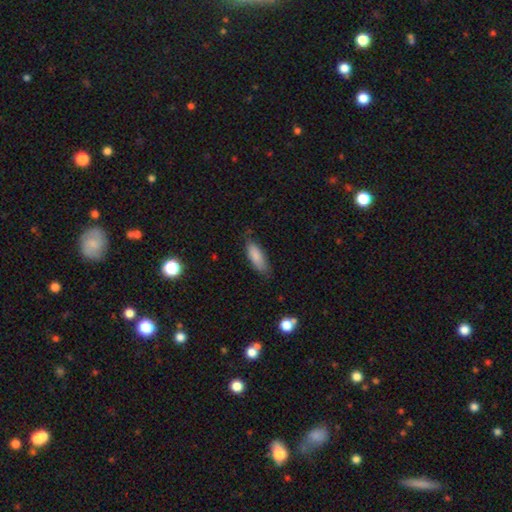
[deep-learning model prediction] Overall: smooth (86%). How rounded: in between (66%; cigar-shaped 32%). Merging: none (74%).